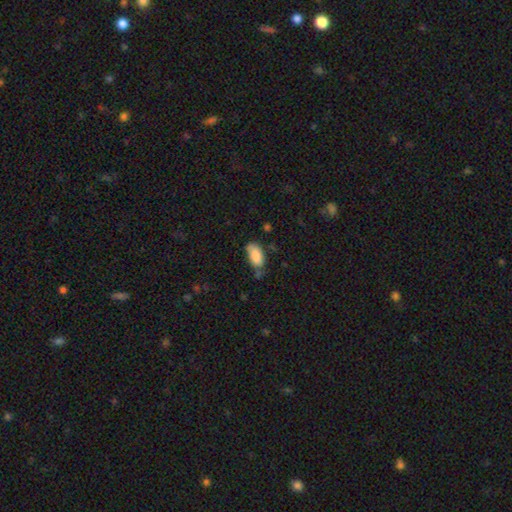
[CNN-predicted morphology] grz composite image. It shows a smooth galaxy with no disk features (84%) that is in between round and cigar-shaped (93%). Merging: none (58%).